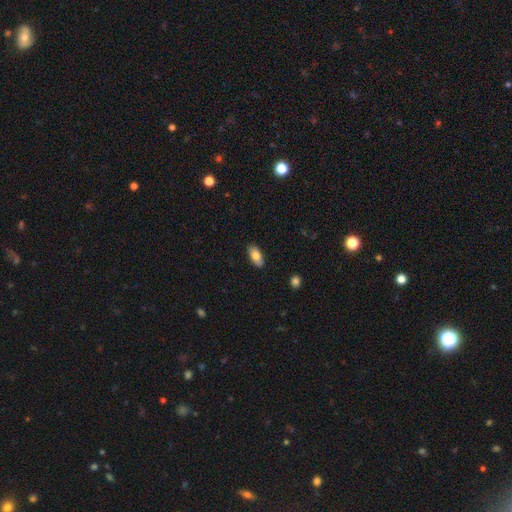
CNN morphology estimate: type=smooth (78%); roundness=in between (91%); merging=none (87%).